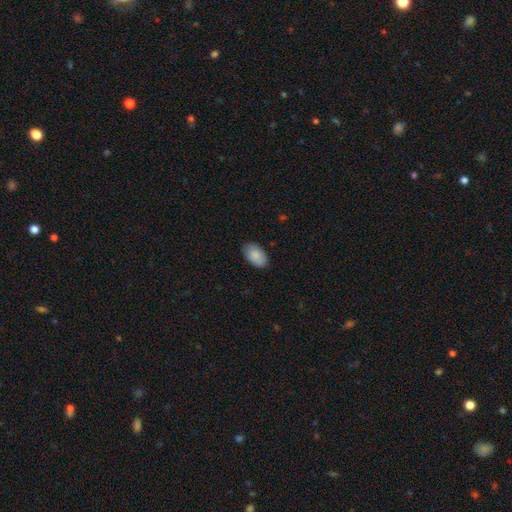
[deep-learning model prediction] Smooth or featured? smooth (87%)
How rounded? in between (94%)
Merging? none (82%)